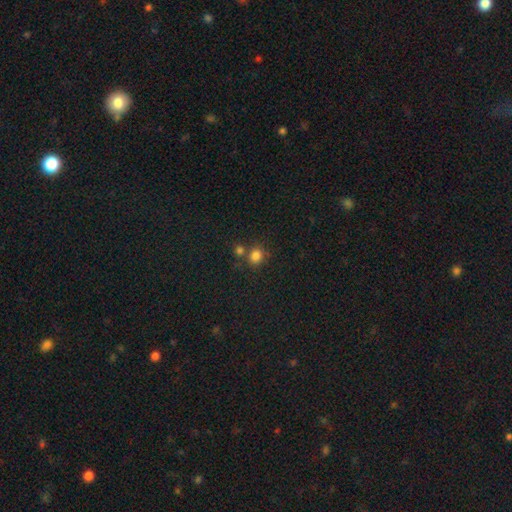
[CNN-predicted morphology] smooth-or-featured: smooth: 81% | star or artifact: 14% | featured or disk: 5%
  how-rounded: round: 80% | in between: 19% | cigar-shaped: 1%
  merging: none: 63% | merger: 24% | minor disturbance: 9% | major disturbance: 4%